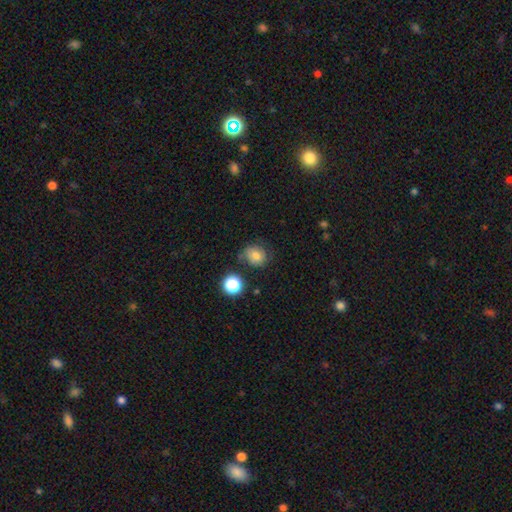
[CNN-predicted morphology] A smooth galaxy with no disk features (73%) that is round (69%).

Vote fractions:
- Smooth or featured? smooth: 73% / star or artifact: 14% / featured or disk: 13%
- How rounded? round: 69% / in between: 30% / cigar-shaped: 1%
- Merging? none: 70% / minor disturbance: 19% / major disturbance: 6% / merger: 5%